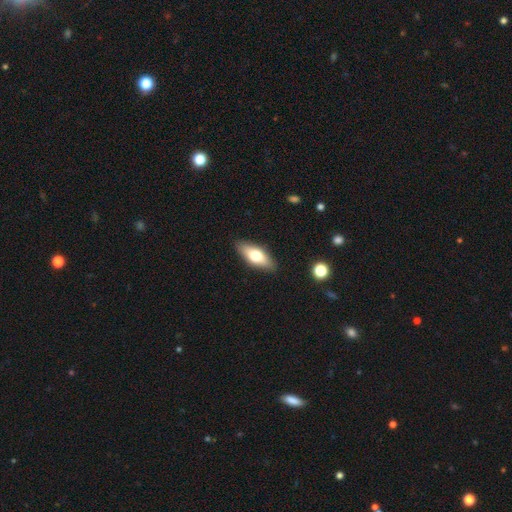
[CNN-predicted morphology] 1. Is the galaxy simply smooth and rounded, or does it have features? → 65% smooth, 29% featured or disk, 6% star or artifact.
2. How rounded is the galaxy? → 73% in between, 24% cigar-shaped, 3% round.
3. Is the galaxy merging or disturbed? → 88% none, 9% minor disturbance, 2% major disturbance, 1% merger.